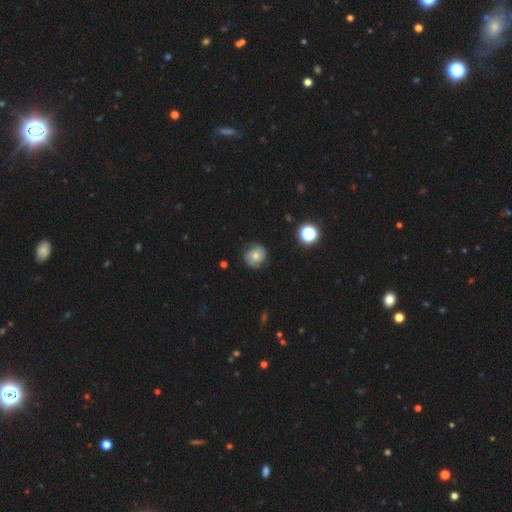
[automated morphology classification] This is possibly a smooth galaxy (45%). Merging: likely none (74%).